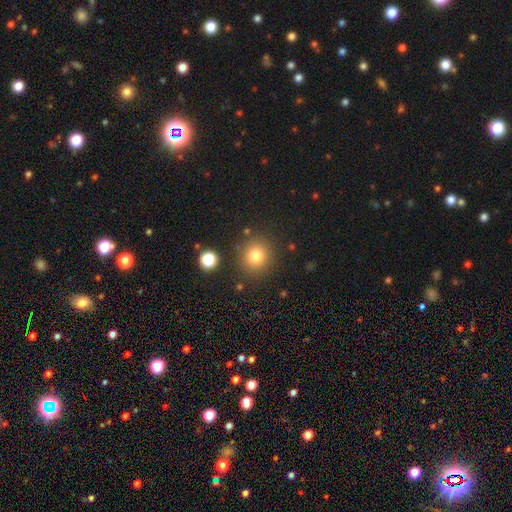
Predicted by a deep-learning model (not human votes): Smooth or featured?
  - smooth: 79% *
  - star or artifact: 13%
  - featured or disk: 8%
How rounded?
  - round: 88% *
  - in between: 11%
  - cigar-shaped: 1%
Merging?
  - none: 85% *
  - minor disturbance: 8%
  - merger: 3%
  - major disturbance: 3%